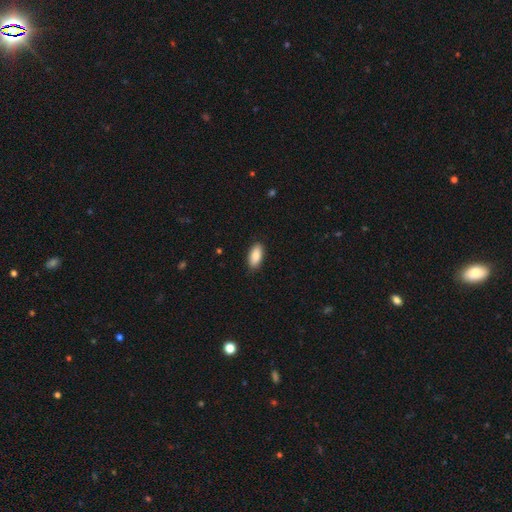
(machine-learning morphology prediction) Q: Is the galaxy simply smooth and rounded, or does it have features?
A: smooth — 88%.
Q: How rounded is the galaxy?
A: in between — 91%.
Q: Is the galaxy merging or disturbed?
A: none — 88%.